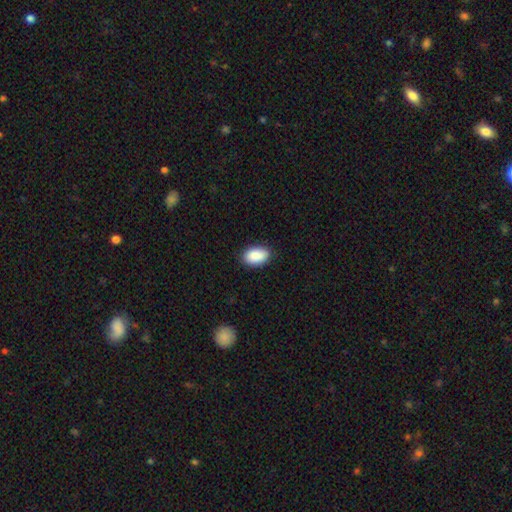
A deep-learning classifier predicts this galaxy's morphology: This is clearly a smooth galaxy (89%). How rounded: clearly in between (92%). Merging: clearly none (87%).